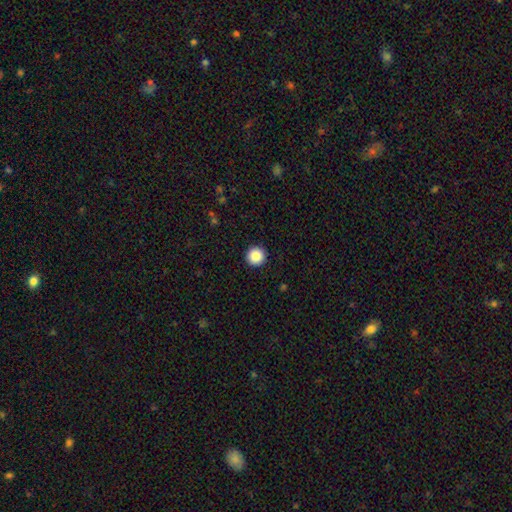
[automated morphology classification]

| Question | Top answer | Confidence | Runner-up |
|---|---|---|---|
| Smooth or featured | smooth | 88% | star or artifact (9%) |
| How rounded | round | 96% | in between (3%) |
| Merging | none | 93% | minor disturbance (4%) |